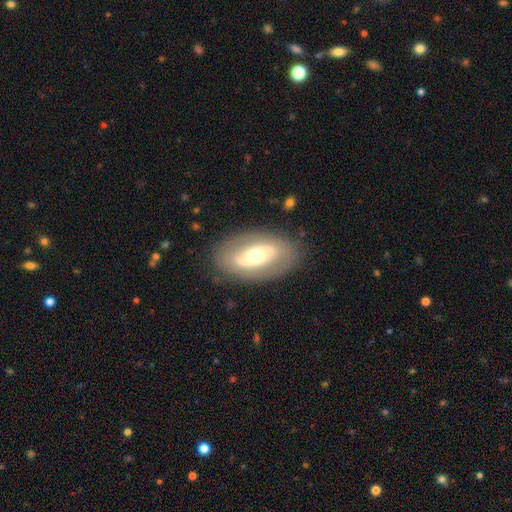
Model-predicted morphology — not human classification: Smooth or featured? Predicted: featured or disk (p=0.66). Edge-on disk? Predicted: no (p=0.92). Bar? Predicted: no (p=0.45). Spiral arms? Predicted: yes (p=0.53). Bulge size? Predicted: moderate (p=0.66). Merging? Predicted: none (p=0.82).